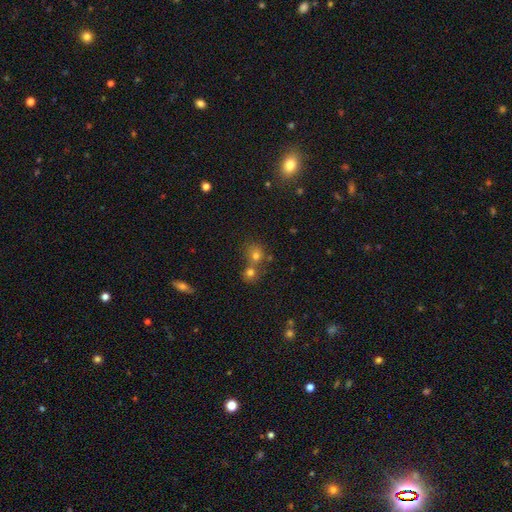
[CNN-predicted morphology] smooth_or_featured: smooth (p=0.57) [alt: star or artifact p=0.32]
how_rounded: round (p=0.82) [alt: in between p=0.17]
merging: none (p=0.58) [alt: merger p=0.31]